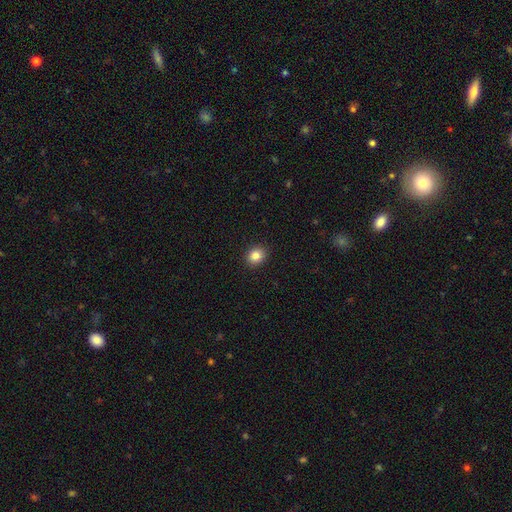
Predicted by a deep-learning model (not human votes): Smooth or featured? smooth (84%)
How rounded? round (64%)
Merging? none (92%)